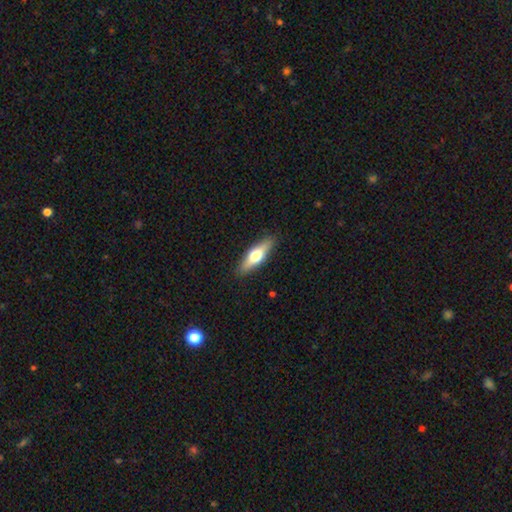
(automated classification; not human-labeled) This is possibly a smooth galaxy (50%). Merging: clearly none (89%).